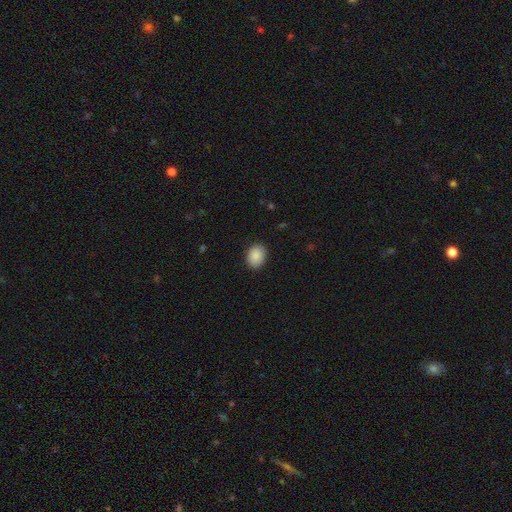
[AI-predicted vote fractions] Smooth or featured? smooth (89%)
How rounded? in between (65%)
Merging? none (88%)